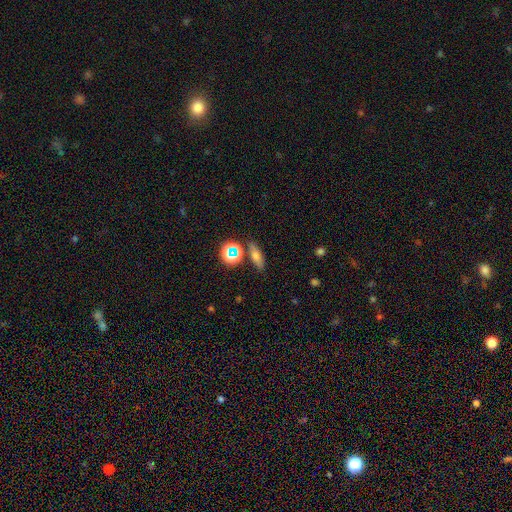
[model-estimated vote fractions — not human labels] A smooth galaxy with no disk features (42%). Merging: none (78%).